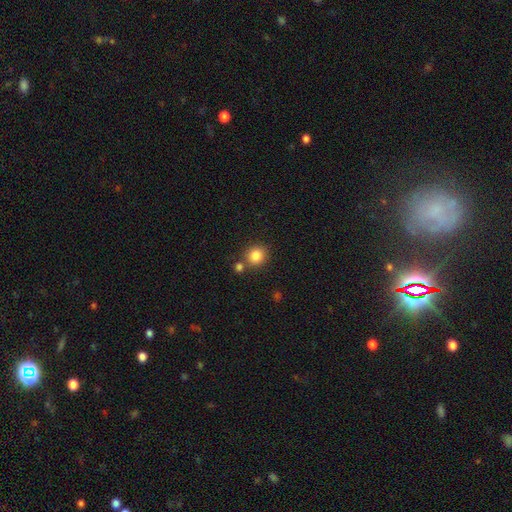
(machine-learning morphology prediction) A smooth galaxy with no disk features (85%) that is round (84%).

Vote fractions:
- Smooth or featured? smooth: 85% / star or artifact: 10% / featured or disk: 5%
- How rounded? round: 84% / in between: 15% / cigar-shaped: 1%
- Merging? none: 71% / merger: 16% / minor disturbance: 10% / major disturbance: 3%